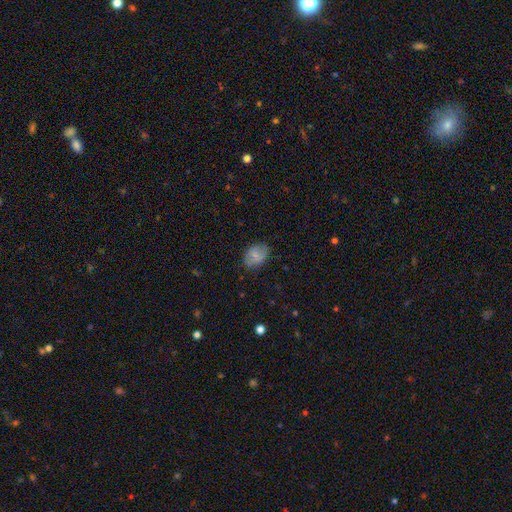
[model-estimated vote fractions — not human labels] This is likely a smooth galaxy (74%). How rounded: likely in between (78%). Merging: likely none (76%).